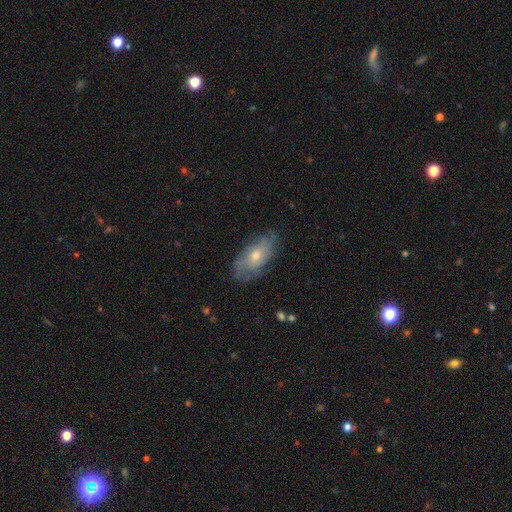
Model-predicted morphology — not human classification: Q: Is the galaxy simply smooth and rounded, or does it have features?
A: featured or disk — 63%.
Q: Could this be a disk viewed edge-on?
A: no — 89%.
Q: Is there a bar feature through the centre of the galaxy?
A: no — 78%.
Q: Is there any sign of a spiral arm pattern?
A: yes — 81%.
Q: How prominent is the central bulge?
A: moderate — 54%.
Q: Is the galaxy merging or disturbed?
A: none — 72%.